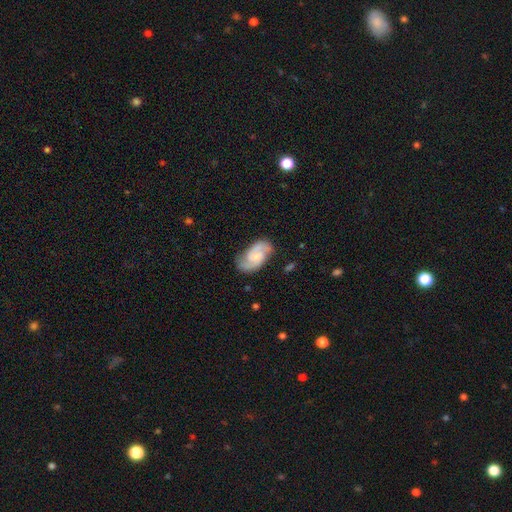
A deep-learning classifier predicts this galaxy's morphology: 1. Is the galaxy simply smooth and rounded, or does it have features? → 82% featured or disk, 12% smooth, 5% star or artifact.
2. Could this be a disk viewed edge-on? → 97% no, 3% yes.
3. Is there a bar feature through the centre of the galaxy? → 45% weak, 44% no, 11% strong.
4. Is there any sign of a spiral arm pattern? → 97% yes, 3% no.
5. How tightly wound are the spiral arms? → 54% medium, 26% tight, 20% loose.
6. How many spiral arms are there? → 91% 2, 3% can't tell, 2% 3, 1% 1, 1% 4, 1% more than 4.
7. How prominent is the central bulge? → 38% small, 34% none, 22% moderate, 5% large, 1% dominant.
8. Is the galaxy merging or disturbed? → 79% none, 15% minor disturbance, 5% major disturbance, 2% merger.